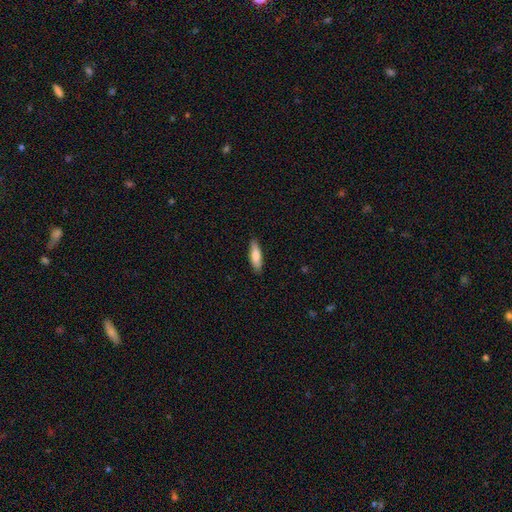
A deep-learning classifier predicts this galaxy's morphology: A smooth galaxy with no disk features (81%) that is cigar-shaped (56%). Merging: none (87%).